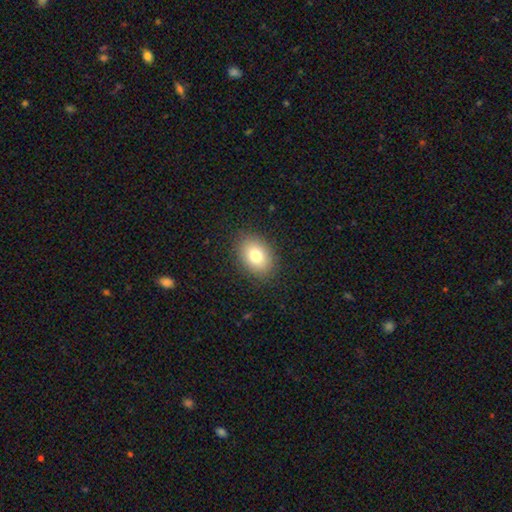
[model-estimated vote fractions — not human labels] Smooth or featured? smooth (79%)
How rounded? in between (77%)
Merging? none (87%)